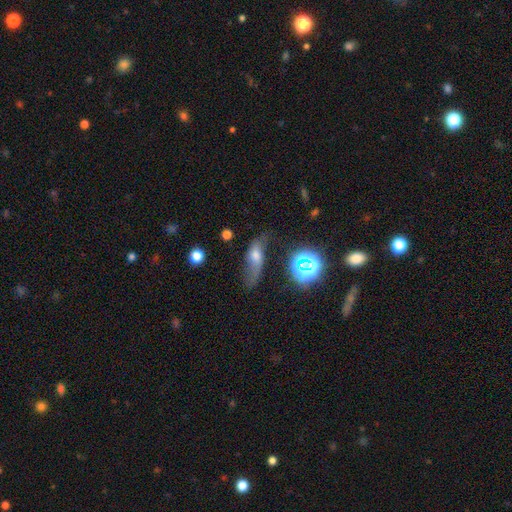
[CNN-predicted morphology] type=smooth (44%); merging=none (43%).